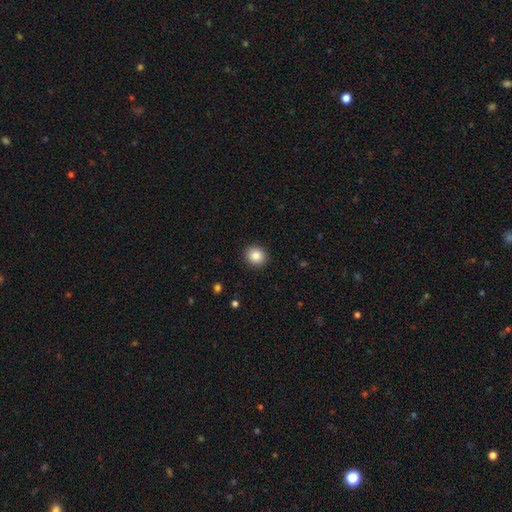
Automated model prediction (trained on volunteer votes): Smooth or featured? Predicted: smooth (p=0.86). How rounded? Predicted: round (p=0.87). Merging? Predicted: none (p=0.92).